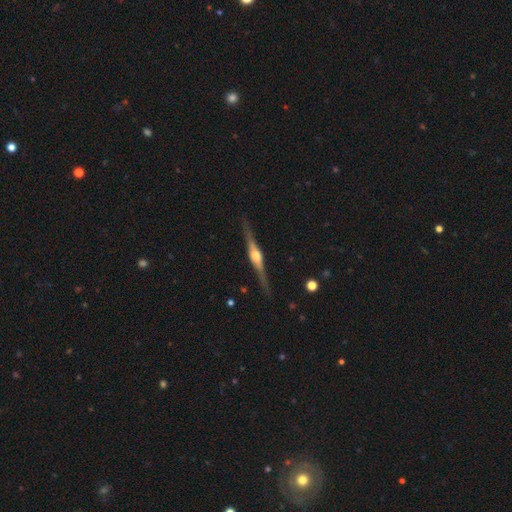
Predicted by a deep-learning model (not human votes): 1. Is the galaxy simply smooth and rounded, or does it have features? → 82% featured or disk, 13% smooth, 5% star or artifact.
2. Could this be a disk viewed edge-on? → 98% yes, 2% no.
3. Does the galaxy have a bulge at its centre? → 89% rounded, 8% boxy, 2% none.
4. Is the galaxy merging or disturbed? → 88% none, 9% minor disturbance, 2% major disturbance, 1% merger.